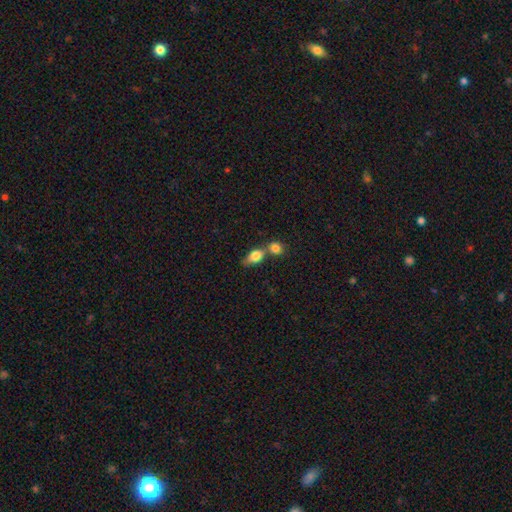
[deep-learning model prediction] smooth-or-featured: smooth: 81% | featured or disk: 12% | star or artifact: 8%
  how-rounded: in between: 74% | round: 21% | cigar-shaped: 5%
  merging: merger: 56% | none: 30% | minor disturbance: 9% | major disturbance: 4%